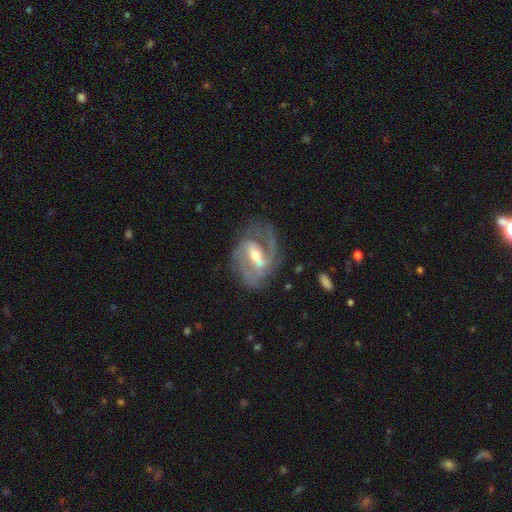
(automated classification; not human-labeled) Smooth or featured? Predicted: featured or disk (p=0.89). Edge-on disk? Predicted: no (p=0.97). Bar? Predicted: strong (p=0.45). Spiral arms? Predicted: yes (p=0.95). Spiral winding? Predicted: medium (p=0.50). Spiral arm count? Predicted: 2 (p=0.55). Bulge size? Predicted: moderate (p=0.57). Merging? Predicted: none (p=0.62).